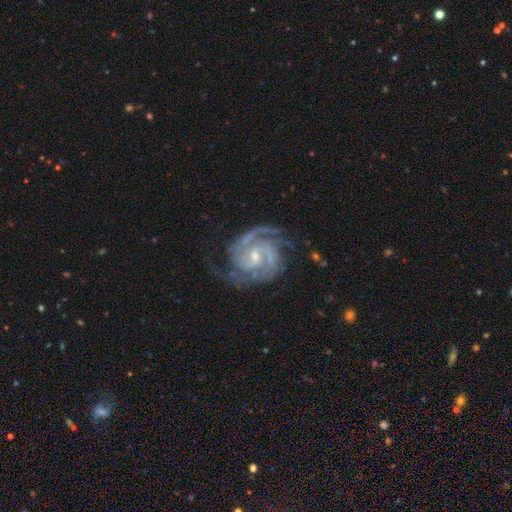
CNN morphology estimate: Q: Smooth or featured?
A: featured or disk (91%); runner-up: star or artifact (5%)
Q: Edge-on disk?
A: no (98%); runner-up: yes (2%)
Q: Bar?
A: weak (49%); runner-up: no (32%)
Q: Spiral arms?
A: yes (99%); runner-up: no (1%)
Q: Spiral winding?
A: tight (57%); runner-up: medium (38%)
Q: Spiral arm count?
A: 2 (64%); runner-up: 3 (20%)
Q: Bulge size?
A: small (55%); runner-up: moderate (40%)
Q: Merging?
A: none (76%); runner-up: minor disturbance (16%)